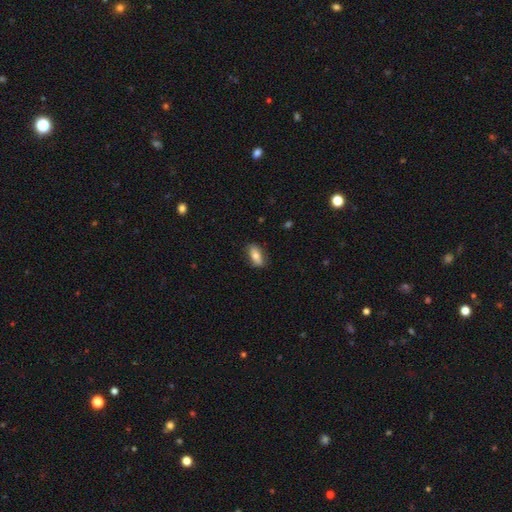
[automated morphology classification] Overall: smooth (72%). How rounded: in between (84%). Merging: none (81%).